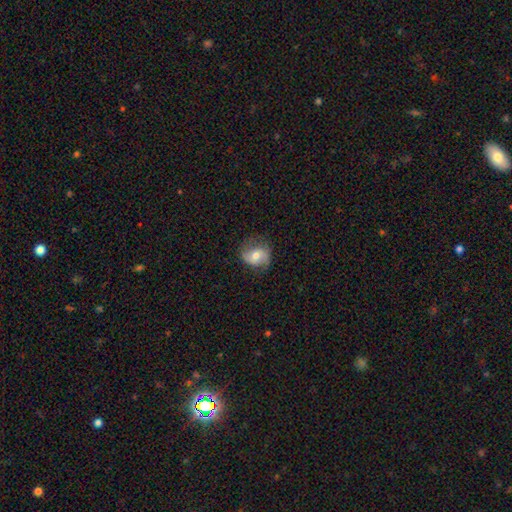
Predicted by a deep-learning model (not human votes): Overall: featured or disk (48%; smooth 44%). Merging: none (67%).